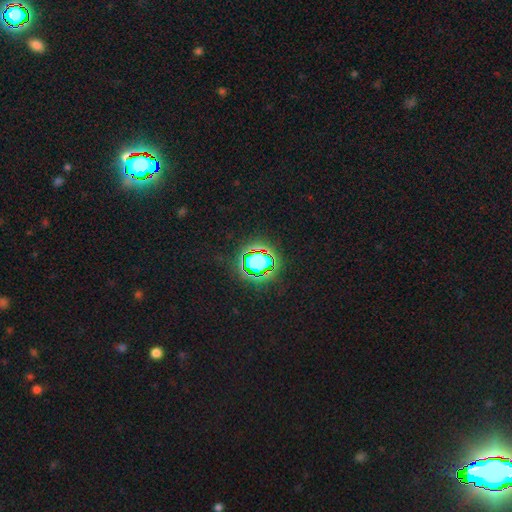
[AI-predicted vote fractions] Q: Smooth or featured?
A: star or artifact (72%); runner-up: smooth (18%)